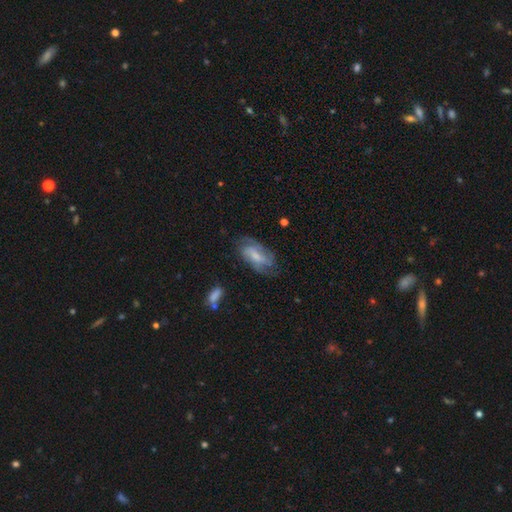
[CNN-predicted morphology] A featured or disk galaxy (65%) with a weak bar (45%), 2 (41%) medium (44%) spiral arms (86%) and a small central bulge (41%).

Vote fractions:
- Smooth or featured? featured or disk: 65% / smooth: 28% / star or artifact: 7%
- Edge-on disk? no: 94% / yes: 6%
- Bar? weak: 45% / no: 41% / strong: 13%
- Spiral arms? yes: 86% / no: 14%
- Spiral winding? medium: 44% / tight: 37% / loose: 19%
- Spiral arm count? 2: 41% / can't tell: 33% / 3: 15% / 1: 4% / 4: 4% / more than 4: 3%
- Bulge size? small: 41% / moderate: 37% / none: 15% / large: 6% / dominant: 1%
- Merging? none: 64% / minor disturbance: 23% / major disturbance: 12% / merger: 2%